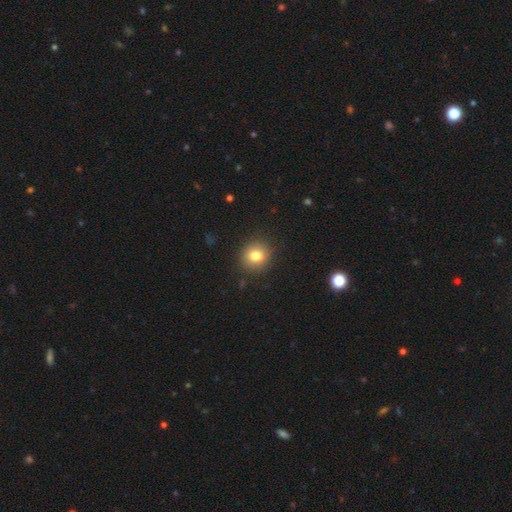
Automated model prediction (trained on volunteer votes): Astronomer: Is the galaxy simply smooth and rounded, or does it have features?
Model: smooth — 80%.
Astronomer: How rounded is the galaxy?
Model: round — 86%.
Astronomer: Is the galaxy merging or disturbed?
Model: none — 90%.